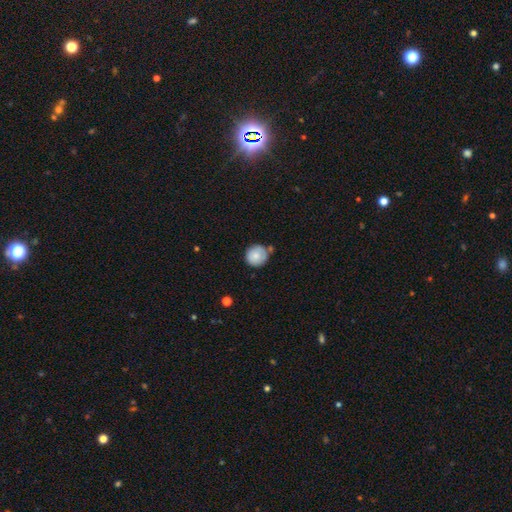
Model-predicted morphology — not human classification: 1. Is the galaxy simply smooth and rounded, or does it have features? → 79% smooth, 14% featured or disk, 7% star or artifact.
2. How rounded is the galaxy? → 92% round, 7% in between, 1% cigar-shaped.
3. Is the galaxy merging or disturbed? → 68% none, 20% minor disturbance, 8% merger, 4% major disturbance.